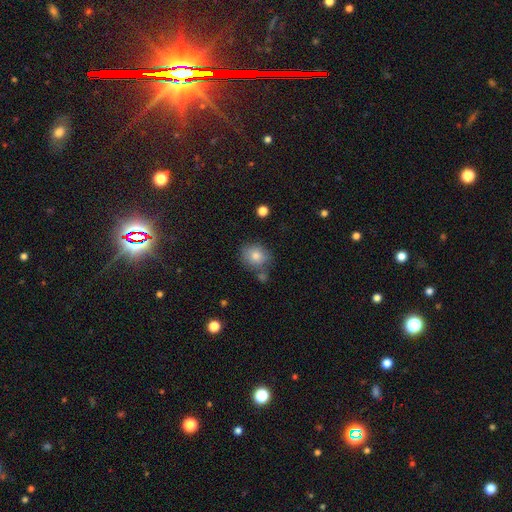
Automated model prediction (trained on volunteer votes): Smooth or featured: smooth — 79% (star or artifact — 11%)
How rounded: round — 74% (in between — 25%)
Merging: none — 71% (minor disturbance — 14%)